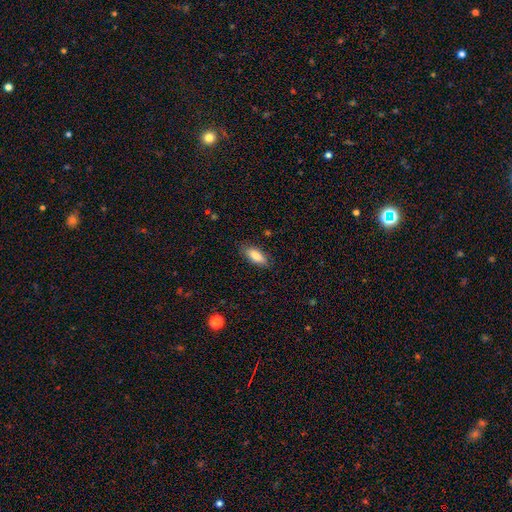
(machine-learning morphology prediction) Overall: smooth (83%). How rounded: in between (77%). Merging: none (83%).